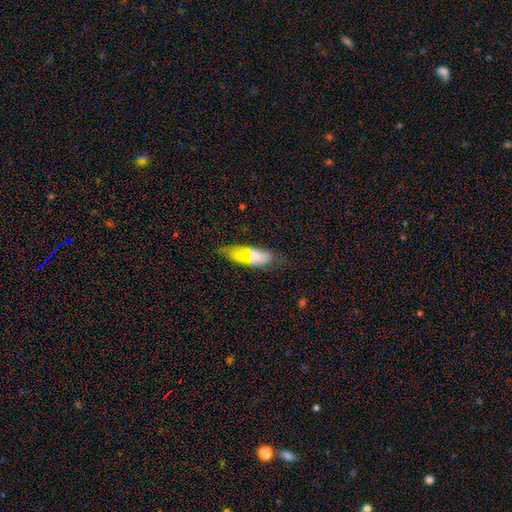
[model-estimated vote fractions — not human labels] Morphology: type=smooth (70%); roundness=in between (73%); merging=none (71%).